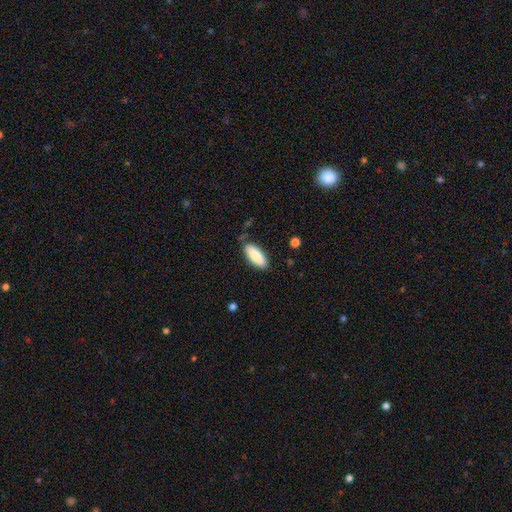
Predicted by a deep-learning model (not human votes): smooth 87%, featured or disk 7%, star or artifact 6%. Down the decision tree: how rounded — in between (72%); merging — none (82%).